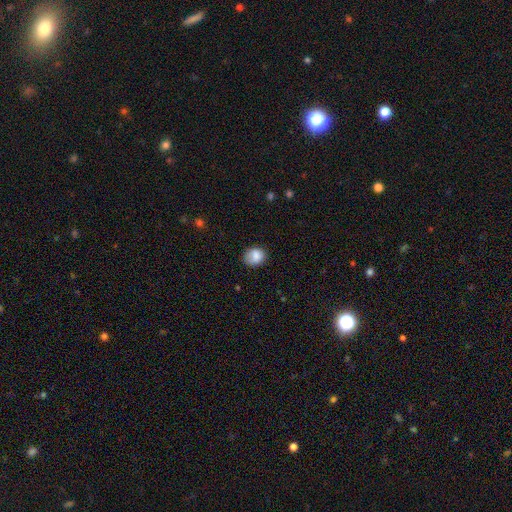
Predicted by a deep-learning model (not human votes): This is clearly a smooth galaxy (83%). How rounded: possibly round (57%). Merging: likely none (69%).